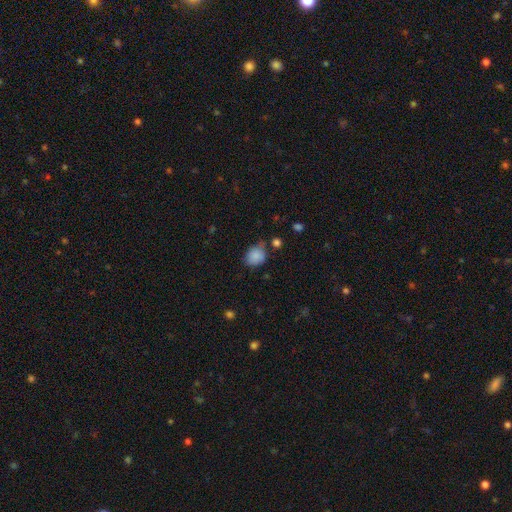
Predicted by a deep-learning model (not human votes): A smooth galaxy with no disk features (85%) that is round (59%).

Vote fractions:
- Smooth or featured? smooth: 85% / star or artifact: 9% / featured or disk: 6%
- How rounded? round: 59% / in between: 40% / cigar-shaped: 1%
- Merging? none: 56% / minor disturbance: 29% / major disturbance: 7% / merger: 7%